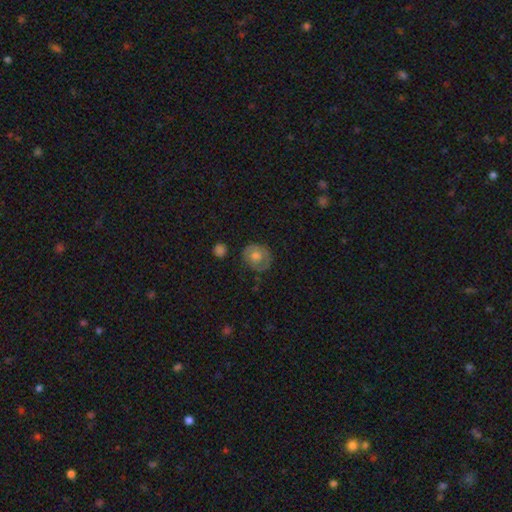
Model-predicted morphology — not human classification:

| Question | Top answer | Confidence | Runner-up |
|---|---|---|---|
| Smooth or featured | smooth | 57% | featured or disk (34%) |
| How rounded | round | 77% | in between (22%) |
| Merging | none | 70% | minor disturbance (21%) |